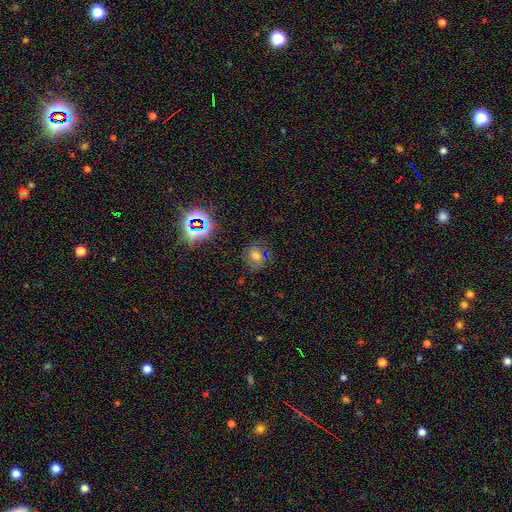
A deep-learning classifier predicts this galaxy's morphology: Smooth or featured: smooth — 52% (star or artifact — 28%)
How rounded: round — 61% (in between — 37%)
Merging: none — 69% (minor disturbance — 19%)